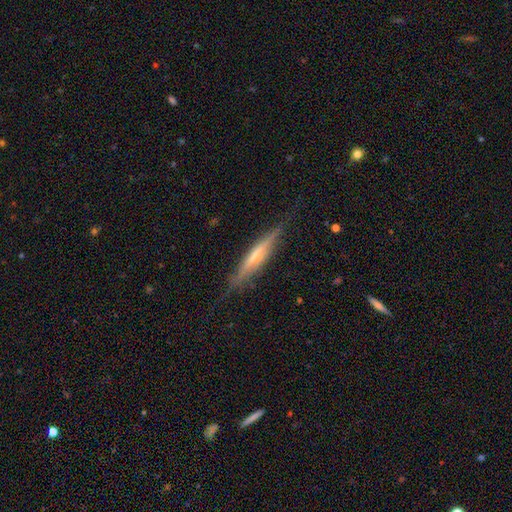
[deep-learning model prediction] smooth-or-featured: featured or disk: 60% | smooth: 34% | star or artifact: 6%
  disk-edge-on: yes: 94% | no: 6%
    edge-on-bulge: rounded: 48% | none: 38% | boxy: 14%
  merging: none: 82% | minor disturbance: 14% | major disturbance: 3% | merger: 1%